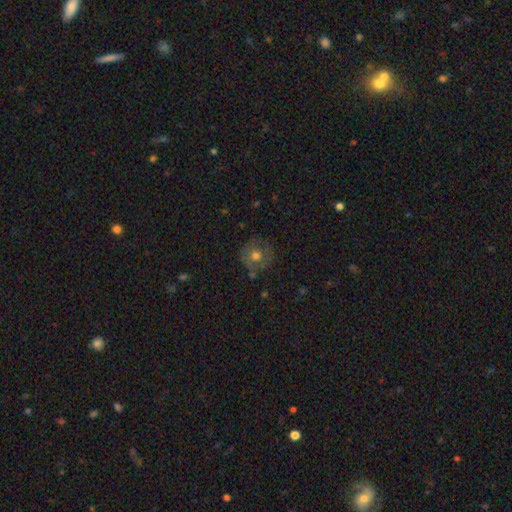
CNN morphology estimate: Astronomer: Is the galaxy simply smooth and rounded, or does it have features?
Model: smooth — 55% (runner-up: featured or disk, 34%).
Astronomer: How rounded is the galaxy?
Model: round — 91%.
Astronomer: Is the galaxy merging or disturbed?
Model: none — 73%.